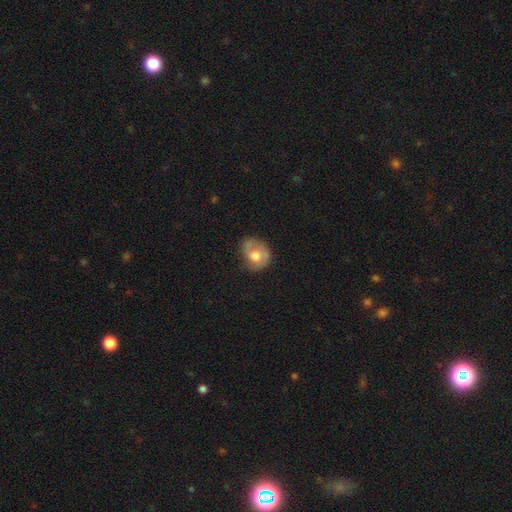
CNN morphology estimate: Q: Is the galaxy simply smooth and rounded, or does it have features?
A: featured or disk — 47%.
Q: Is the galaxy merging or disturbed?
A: none — 57%.